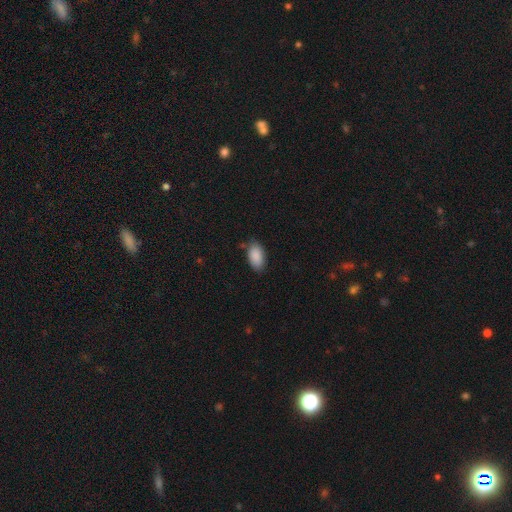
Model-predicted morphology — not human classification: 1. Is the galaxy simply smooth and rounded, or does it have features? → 89% smooth, 6% star or artifact, 4% featured or disk.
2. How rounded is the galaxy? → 94% in between, 3% round, 3% cigar-shaped.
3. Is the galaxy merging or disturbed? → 78% none, 17% minor disturbance, 3% major disturbance, 2% merger.